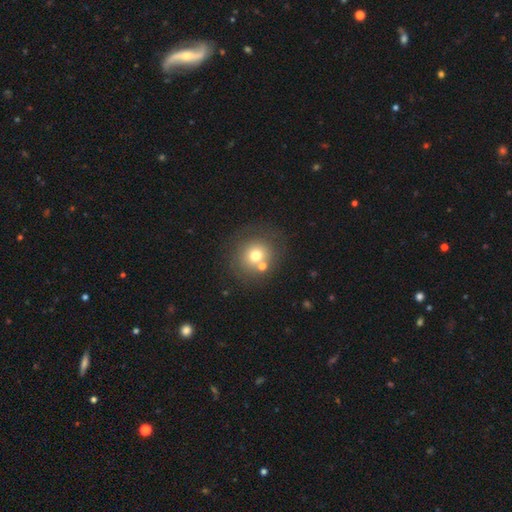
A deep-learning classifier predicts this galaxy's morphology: A smooth galaxy with no disk features (68%) that is round (87%).

Vote fractions:
- Smooth or featured? smooth: 68% / featured or disk: 18% / star or artifact: 14%
- How rounded? round: 87% / in between: 12% / cigar-shaped: 1%
- Merging? none: 66% / merger: 17% / minor disturbance: 11% / major disturbance: 6%